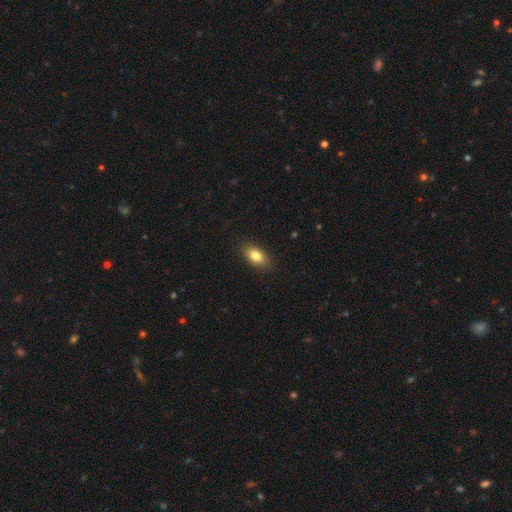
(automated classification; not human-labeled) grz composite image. It shows a smooth galaxy with no disk features (82%) that is in between round and cigar-shaped (88%). Merging: none (88%).